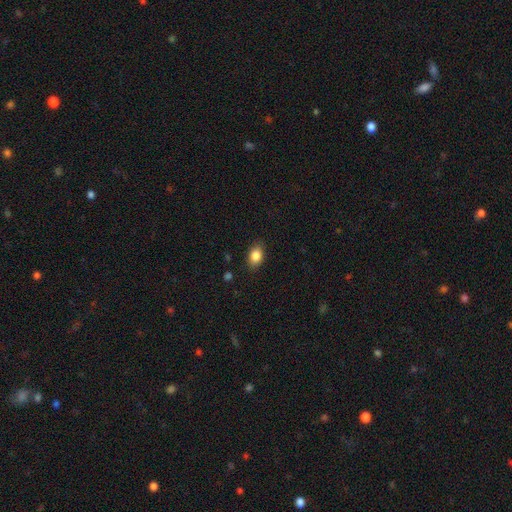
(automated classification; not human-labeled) Smooth or featured? smooth (85%)
How rounded? in between (79%)
Merging? none (86%)